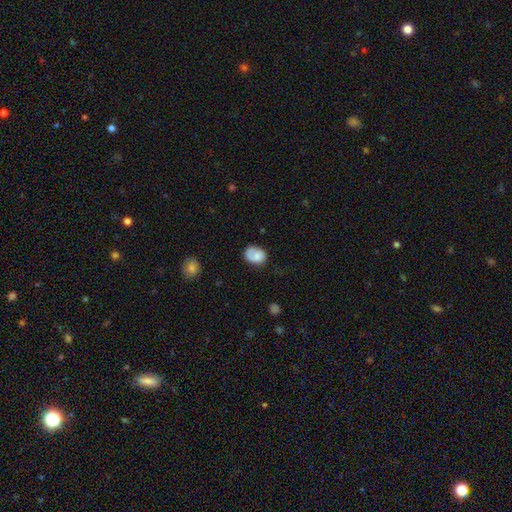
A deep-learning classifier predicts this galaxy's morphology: Q: Smooth or featured?
A: smooth (75%); runner-up: featured or disk (18%)
Q: How rounded?
A: in between (63%); runner-up: round (36%)
Q: Merging?
A: none (58%); runner-up: minor disturbance (26%)